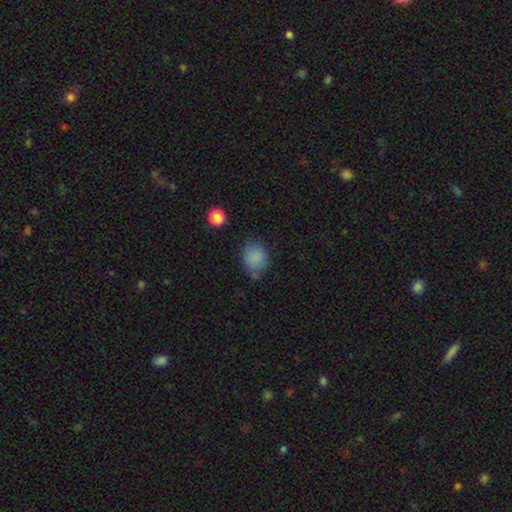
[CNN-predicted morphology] smooth 84%, star or artifact 11%, featured or disk 5%. Down the decision tree: how rounded — round (59%); merging — none (64%).